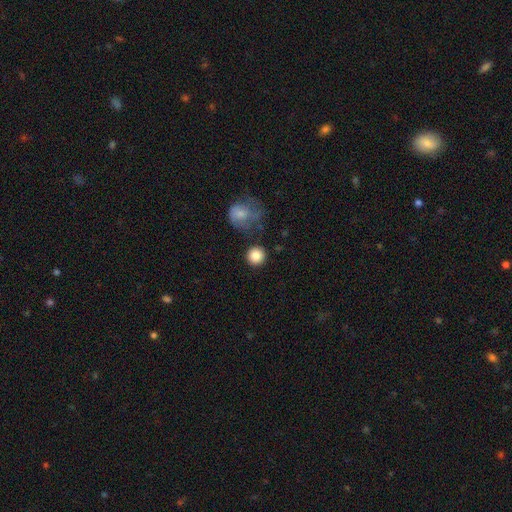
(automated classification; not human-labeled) Morphology: type=smooth (86%); roundness=round (94%); merging=none (83%).